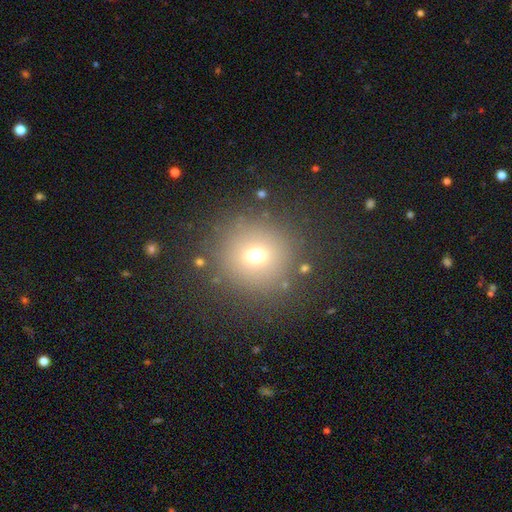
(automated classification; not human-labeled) Smooth or featured? smooth (68%)
How rounded? round (93%)
Merging? none (85%)